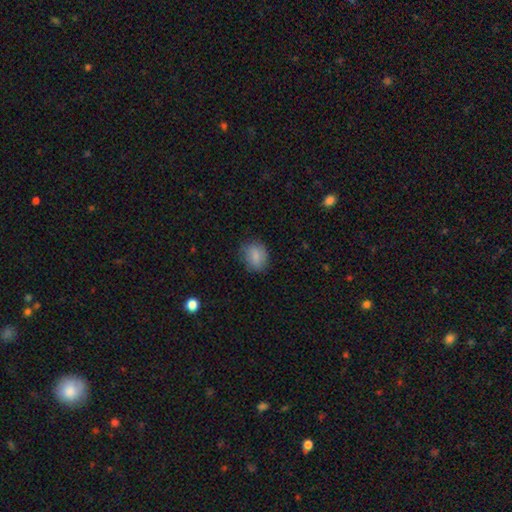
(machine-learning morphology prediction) type=smooth (84%); roundness=round (53%); merging=none (76%).